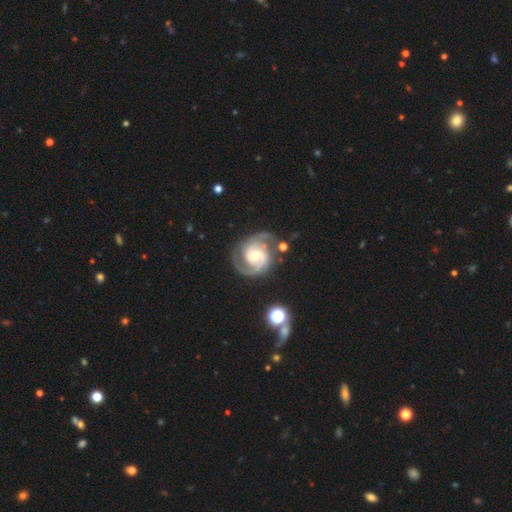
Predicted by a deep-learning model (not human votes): featured or disk 91%, star or artifact 4%, smooth 4%. Down the decision tree: edge-on disk — no (98%); bar — no (56%); spiral arms — yes (98%); spiral arm count — 2 (86%); spiral winding — medium (47%); bulge size — moderate (53%); merging — none (75%).